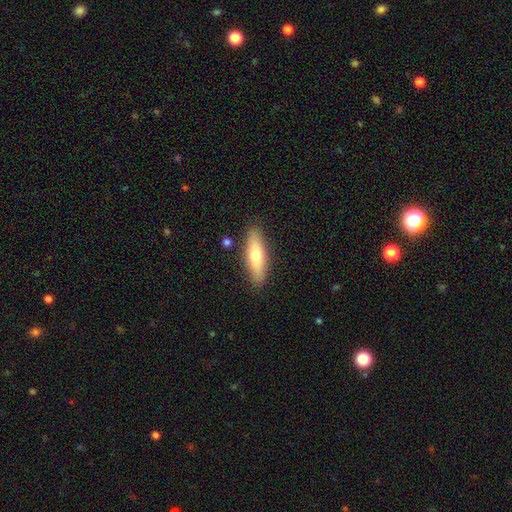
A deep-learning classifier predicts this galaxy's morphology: Smooth or featured? Predicted: smooth (p=0.62). How rounded? Predicted: cigar-shaped (p=0.54). Merging? Predicted: none (p=0.87).